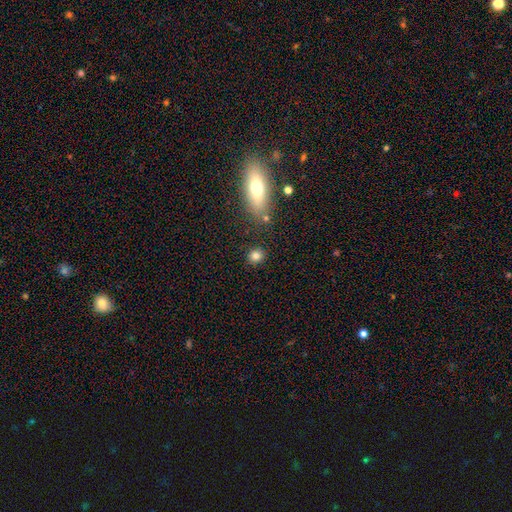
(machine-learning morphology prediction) smooth_or_featured: smooth (p=0.82) [alt: star or artifact p=0.11]
how_rounded: round (p=0.79) [alt: in between p=0.19]
merging: none (p=0.84) [alt: minor disturbance p=0.08]